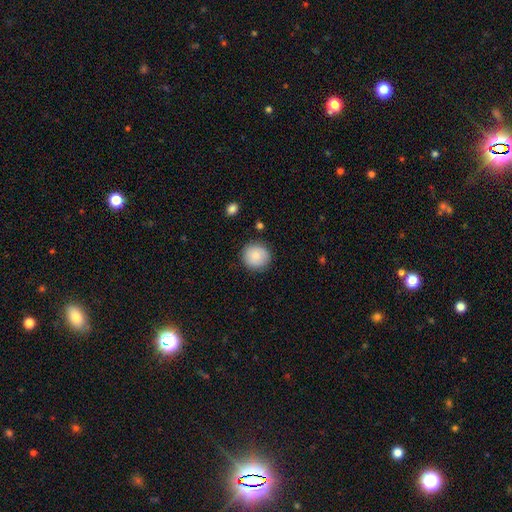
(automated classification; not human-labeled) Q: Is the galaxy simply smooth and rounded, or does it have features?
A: smooth — 84%.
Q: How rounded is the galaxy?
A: round — 92%.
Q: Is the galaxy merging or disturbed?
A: none — 88%.